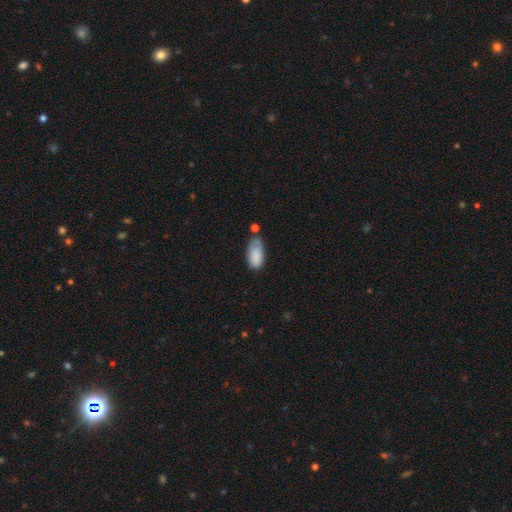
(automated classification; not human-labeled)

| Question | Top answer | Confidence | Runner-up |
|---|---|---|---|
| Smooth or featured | smooth | 84% | featured or disk (9%) |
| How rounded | in between | 92% | cigar-shaped (6%) |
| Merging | none | 44% | minor disturbance (33%) |